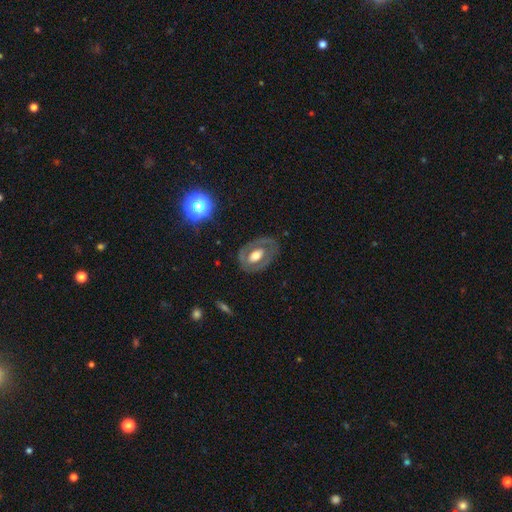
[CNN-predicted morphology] This is likely a featured or disk galaxy (63%). It is clearly not viewed edge-on (93%). Bar: possibly no (58%). Spiral arm pattern: likely no (64%). Central bulge: possibly moderate (53%). Merging: likely none (72%).